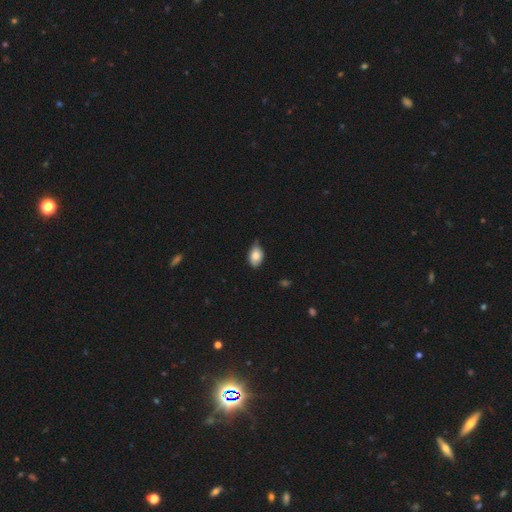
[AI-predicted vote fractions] This appears to be a smooth galaxy with no disk features (81%) that is in between round and cigar-shaped (89%). Merging: none (63%).